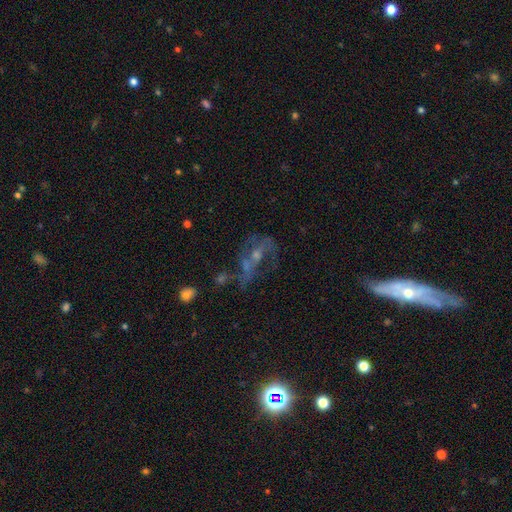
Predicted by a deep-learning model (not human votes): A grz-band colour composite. It shows a featured or disk galaxy (60%) with no bar (63%), spiral arms (52%) and a small central bulge (42%). Merging: none (35%).